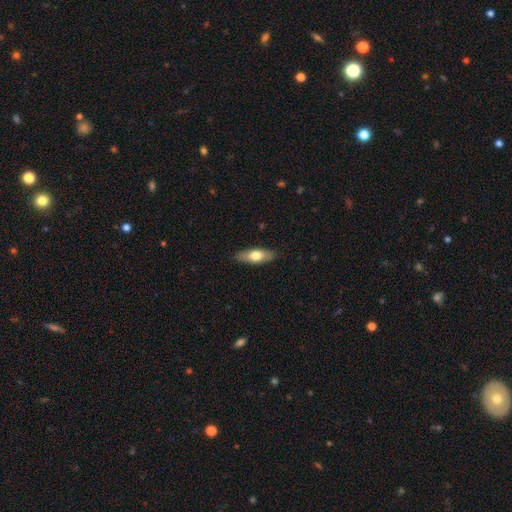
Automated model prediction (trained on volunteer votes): The model was most divided on "smooth or featured": smooth: 66%, featured or disk: 28%, star or artifact: 5%. More confident: merging — none (87%); how rounded — in between (71%).